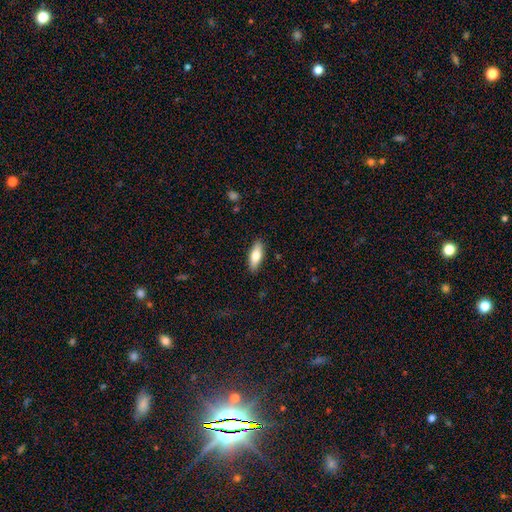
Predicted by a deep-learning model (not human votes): Morphology: type=smooth (75%); roundness=in between (69%); merging=none (88%).